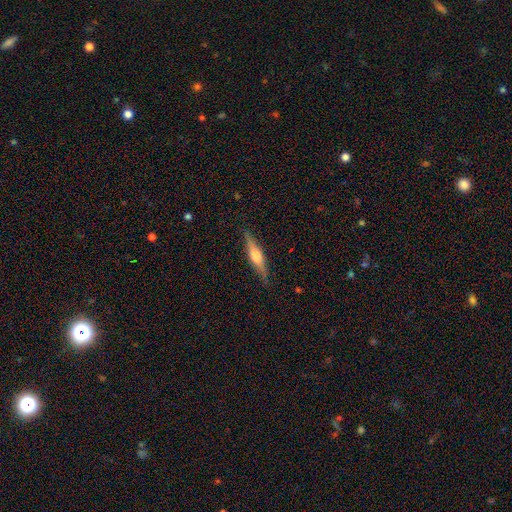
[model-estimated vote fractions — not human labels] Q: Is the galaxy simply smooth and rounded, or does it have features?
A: featured or disk — 66%.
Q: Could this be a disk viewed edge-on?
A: yes — 96%.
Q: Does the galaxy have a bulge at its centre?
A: rounded — 77%.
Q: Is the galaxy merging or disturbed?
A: none — 87%.